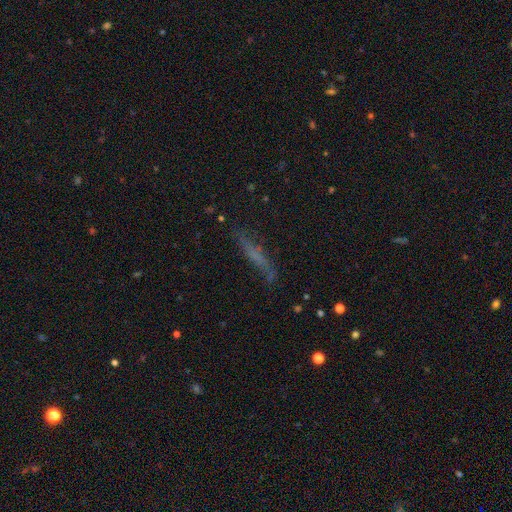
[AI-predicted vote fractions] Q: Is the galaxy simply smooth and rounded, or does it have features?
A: smooth — 43%.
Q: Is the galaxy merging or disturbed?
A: none — 65%.